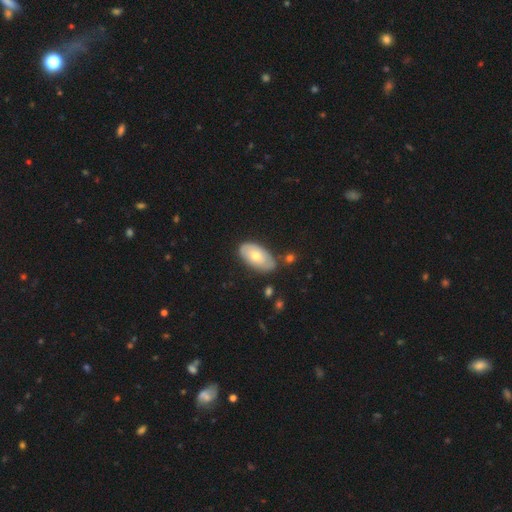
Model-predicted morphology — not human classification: type=smooth (62%); roundness=in between (94%); merging=none (71%).